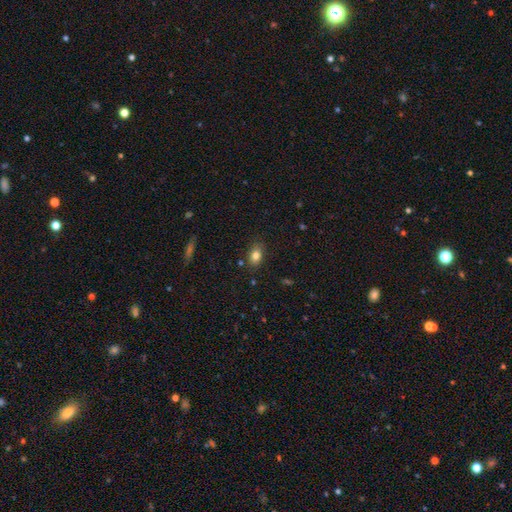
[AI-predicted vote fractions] A smooth galaxy with no disk features (80%) that is in between round and cigar-shaped (80%). Merging: none (83%).